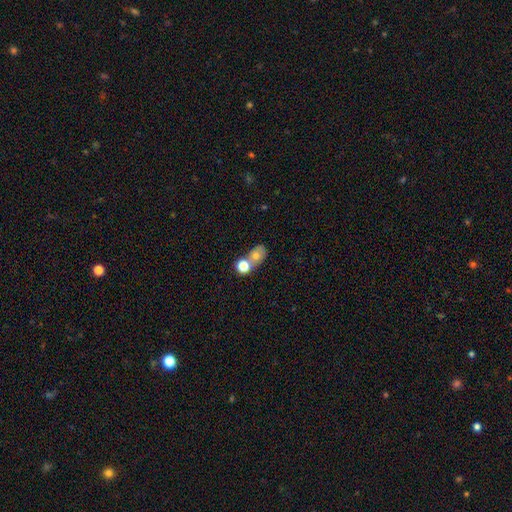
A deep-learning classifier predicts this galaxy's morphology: This is likely a smooth galaxy (71%). How rounded: possibly in between (59%). Merging: possibly merger (50%).